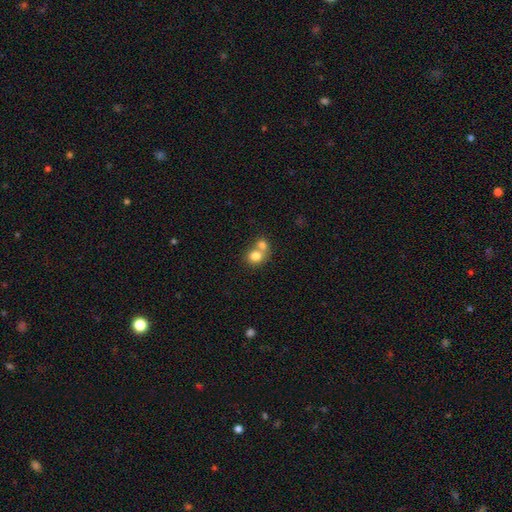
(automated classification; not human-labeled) Smooth or featured? Predicted: smooth (p=0.78). How rounded? Predicted: round (p=0.74). Merging? Predicted: merger (p=0.60).